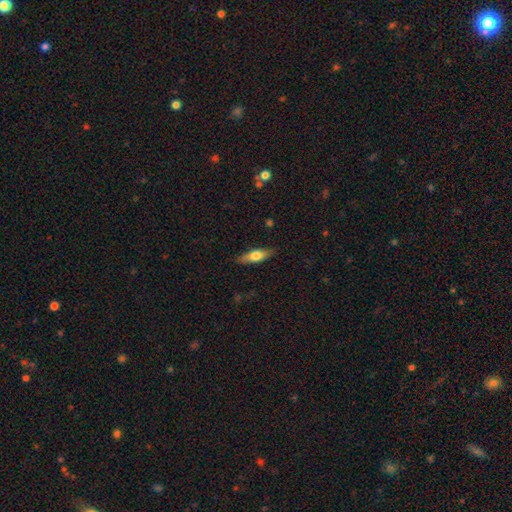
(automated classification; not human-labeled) A smooth galaxy with no disk features (63%) that is in between round and cigar-shaped (50%).

Vote fractions:
- Smooth or featured? smooth: 63% / featured or disk: 31% / star or artifact: 6%
- How rounded? in between: 50% / cigar-shaped: 47% / round: 3%
- Merging? none: 86% / minor disturbance: 10% / major disturbance: 2% / merger: 1%